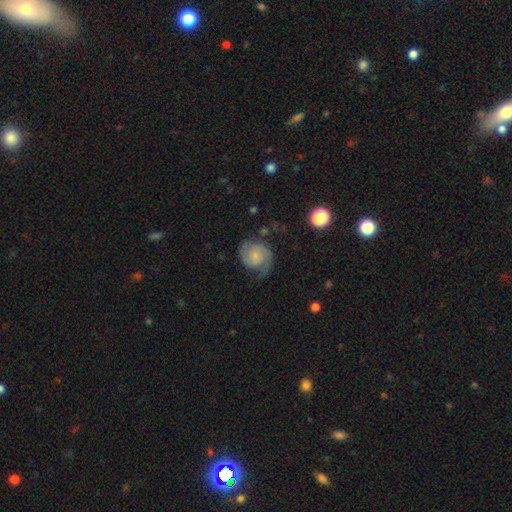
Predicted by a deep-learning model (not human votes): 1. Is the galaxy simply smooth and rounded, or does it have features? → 72% featured or disk, 22% smooth, 7% star or artifact.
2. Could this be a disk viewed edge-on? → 98% no, 2% yes.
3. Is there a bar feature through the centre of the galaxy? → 65% no, 30% weak, 5% strong.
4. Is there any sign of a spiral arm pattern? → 94% yes, 6% no.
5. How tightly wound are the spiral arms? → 46% medium, 32% tight, 22% loose.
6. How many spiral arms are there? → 80% 2, 8% can't tell, 6% 1, 3% 3, 1% 4, 1% more than 4.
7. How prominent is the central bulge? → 64% small, 18% moderate, 15% none, 2% large, 1% dominant.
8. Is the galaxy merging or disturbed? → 60% none, 22% minor disturbance, 15% major disturbance, 3% merger.